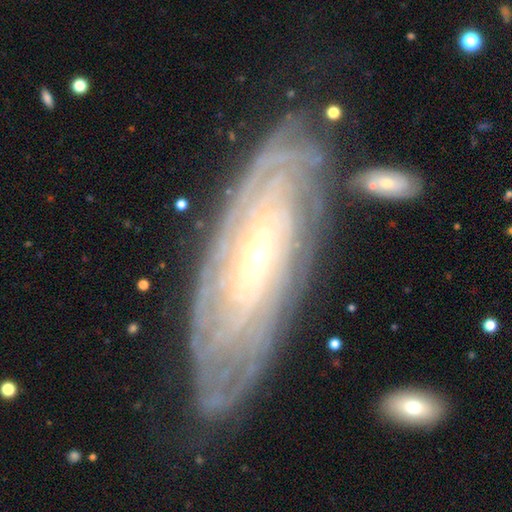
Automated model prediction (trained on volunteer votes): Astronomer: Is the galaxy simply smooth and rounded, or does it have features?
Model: featured or disk — 86%.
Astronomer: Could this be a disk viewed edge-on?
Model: no — 86%.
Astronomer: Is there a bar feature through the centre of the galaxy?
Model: no — 67%.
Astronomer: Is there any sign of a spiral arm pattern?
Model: yes — 94%.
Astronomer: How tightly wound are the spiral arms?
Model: tight — 84%.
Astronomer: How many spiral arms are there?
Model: can't tell — 51%.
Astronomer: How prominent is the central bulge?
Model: small — 82%.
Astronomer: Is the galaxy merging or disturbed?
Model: none — 76%.